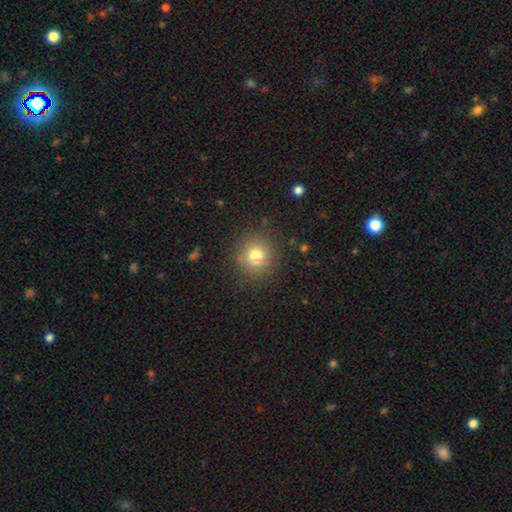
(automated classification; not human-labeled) Overall: smooth (77%). How rounded: round (90%). Merging: none (85%).